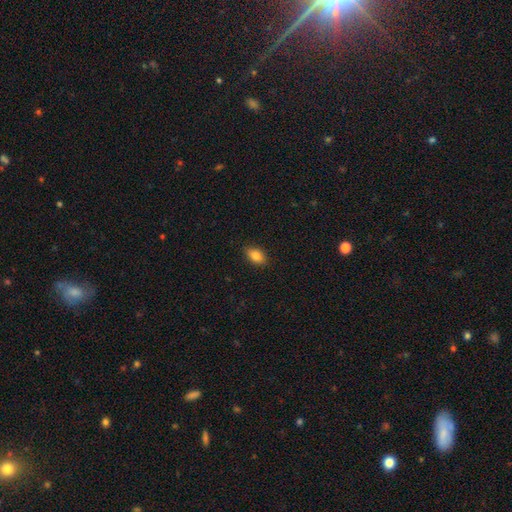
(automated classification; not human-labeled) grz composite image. It shows a smooth galaxy with no disk features (84%) that is in between round and cigar-shaped (86%). Merging: none (87%).